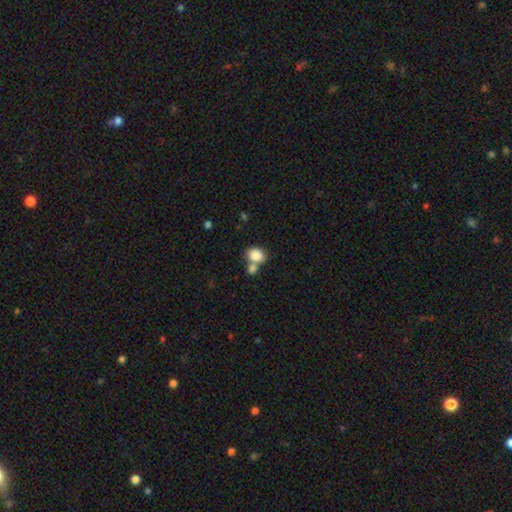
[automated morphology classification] A smooth galaxy with no disk features (84%) that is in between round and cigar-shaped (61%).

Vote fractions:
- Smooth or featured? smooth: 84% / star or artifact: 8% / featured or disk: 7%
- How rounded? in between: 61% / round: 38% / cigar-shaped: 1%
- Merging? none: 45% / merger: 41% / minor disturbance: 10% / major disturbance: 4%